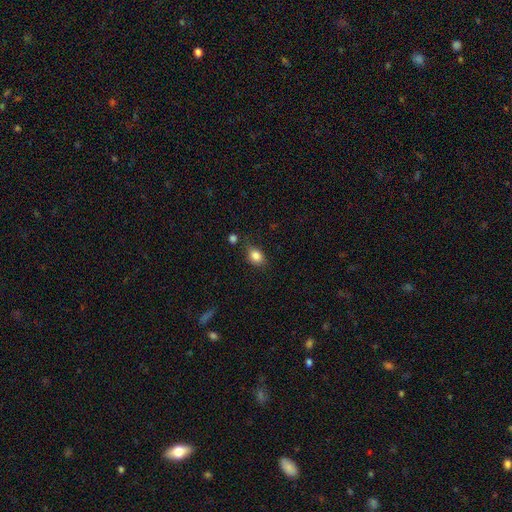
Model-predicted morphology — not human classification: This is clearly a smooth galaxy (84%). How rounded: likely in between (61%). Merging: likely none (71%).